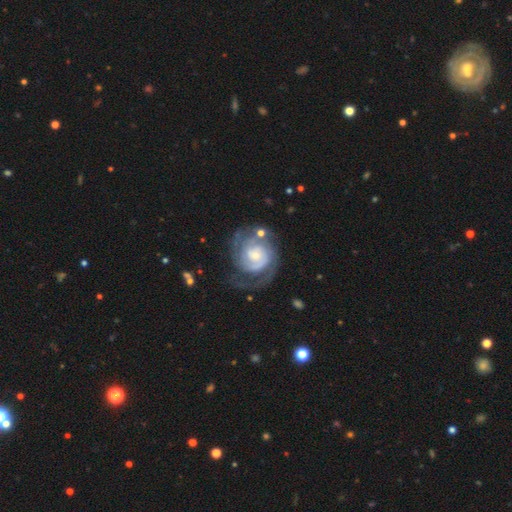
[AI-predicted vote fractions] Morphology: type=featured or disk (86%); edge-on=no (98%); bar=no (62%); spiral arms=yes (96%); winding=tight (62%); arm count=2 (40%); bulge=small (64%); merging=none (60%).